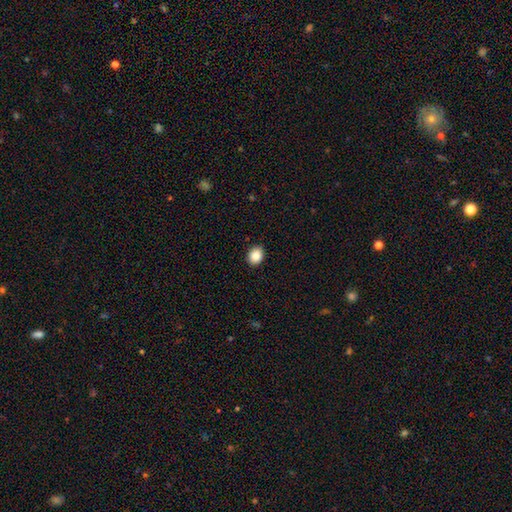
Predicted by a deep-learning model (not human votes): Smooth or featured? smooth (88%)
How rounded? in between (53%)
Merging? none (90%)